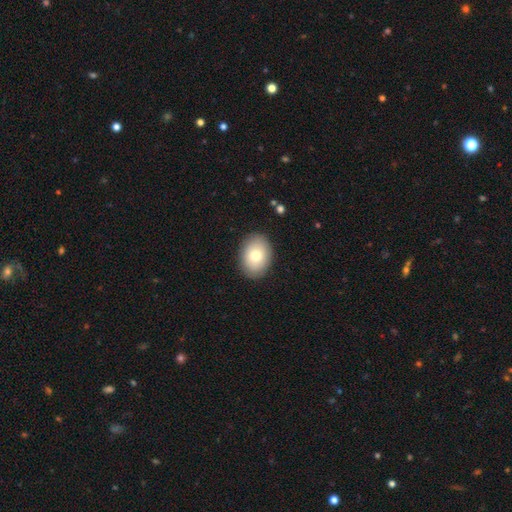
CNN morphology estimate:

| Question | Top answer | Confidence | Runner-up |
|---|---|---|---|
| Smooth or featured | smooth | 76% | featured or disk (16%) |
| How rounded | in between | 73% | round (26%) |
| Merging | none | 88% | minor disturbance (9%) |